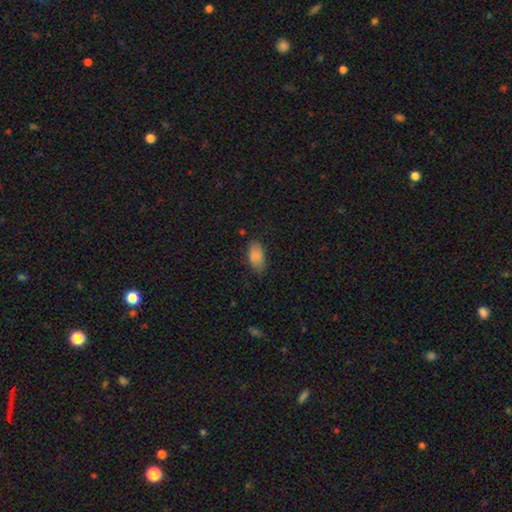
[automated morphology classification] type=smooth (85%); roundness=in between (92%); merging=none (69%).